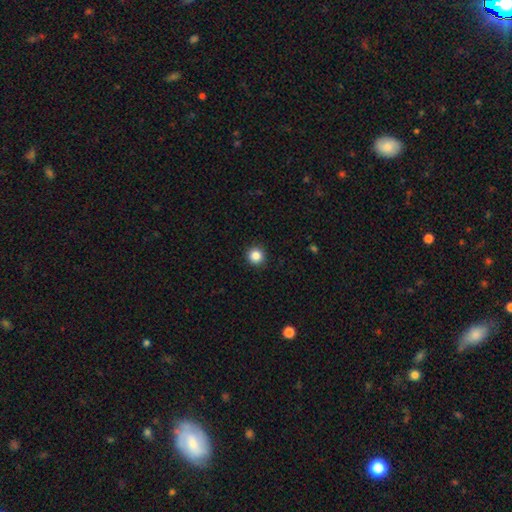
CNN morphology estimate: smooth-or-featured: smooth: 85% | star or artifact: 11% | featured or disk: 4%
  how-rounded: round: 95% | in between: 4% | cigar-shaped: 1%
  merging: none: 93% | minor disturbance: 5% | major disturbance: 2% | merger: 1%